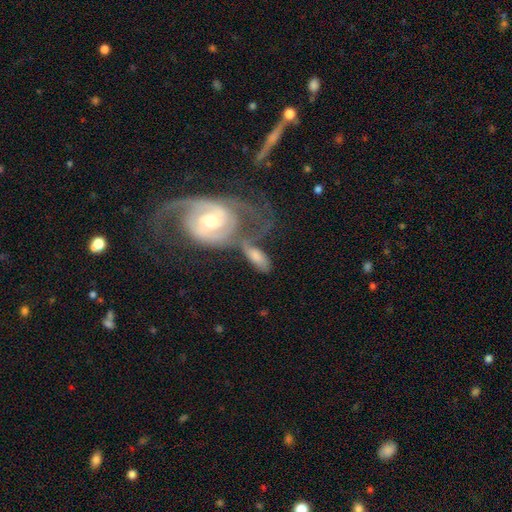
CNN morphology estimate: A featured or disk galaxy (51%). Merging: merger (43%).